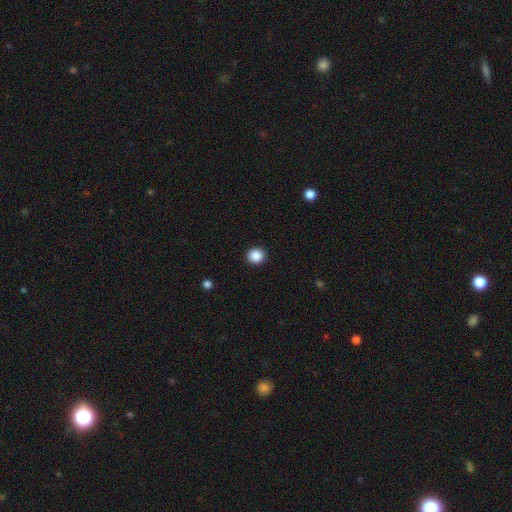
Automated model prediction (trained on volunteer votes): A smooth galaxy with no disk features (88%) that is round (89%).

Vote fractions:
- Smooth or featured? smooth: 88% / star or artifact: 9% / featured or disk: 3%
- How rounded? round: 89% / in between: 10% / cigar-shaped: 1%
- Merging? none: 92% / minor disturbance: 5% / major disturbance: 2% / merger: 1%